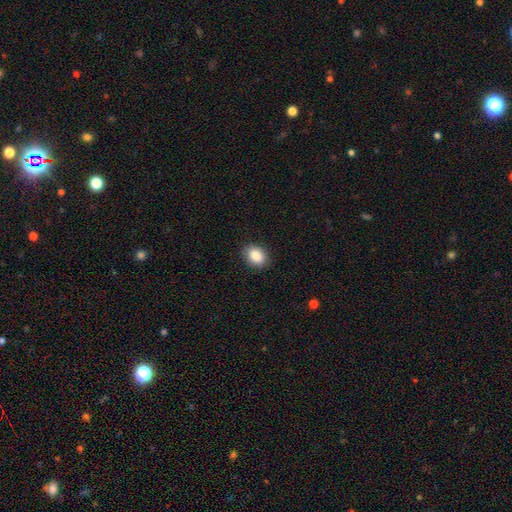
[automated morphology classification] This appears to be a smooth galaxy with no disk features (87%) that is in between round and cigar-shaped (70%). Merging: none (88%).